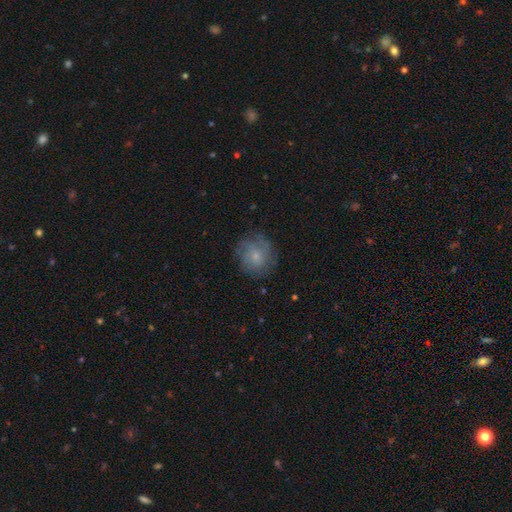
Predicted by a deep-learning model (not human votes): Q: Smooth or featured?
A: smooth (59%); runner-up: featured or disk (32%)
Q: How rounded?
A: round (86%); runner-up: in between (13%)
Q: Merging?
A: none (74%); runner-up: minor disturbance (17%)